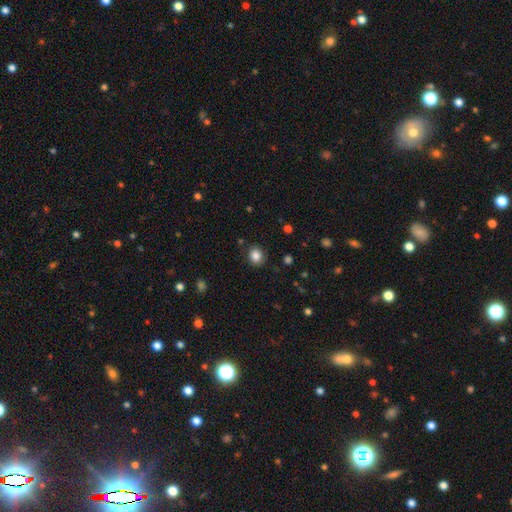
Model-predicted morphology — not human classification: type=smooth (85%); roundness=round (78%); merging=none (86%).